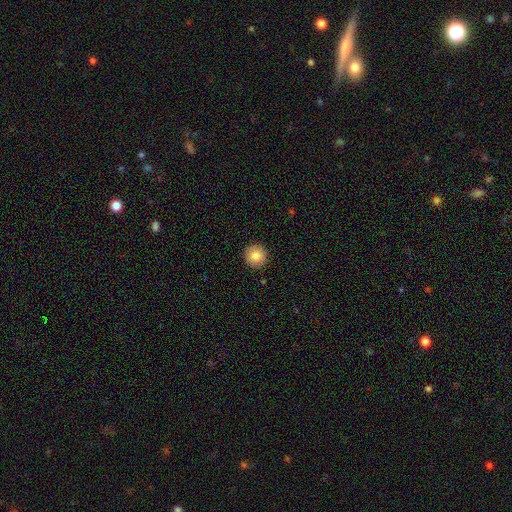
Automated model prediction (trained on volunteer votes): This appears to be a smooth galaxy with no disk features (86%) that is round (95%). Merging: none (92%).